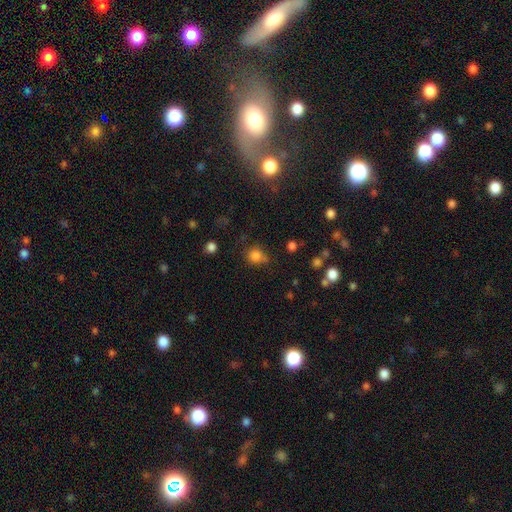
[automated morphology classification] smooth_or_featured: smooth (p=0.81) [alt: star or artifact p=0.13]
how_rounded: round (p=0.76) [alt: in between p=0.23]
merging: none (p=0.62) [alt: minor disturbance p=0.24]